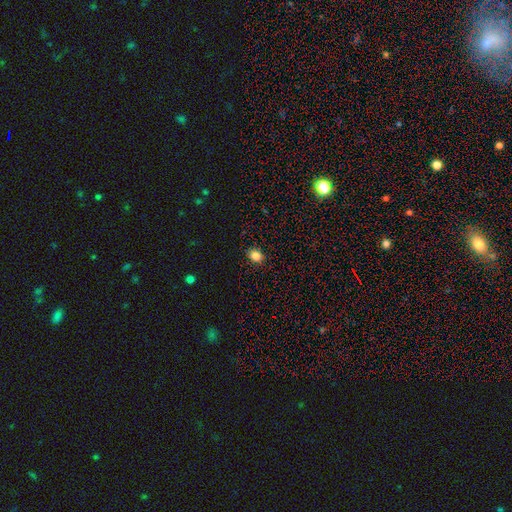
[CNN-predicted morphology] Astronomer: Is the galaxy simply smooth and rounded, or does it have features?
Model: smooth — 84%.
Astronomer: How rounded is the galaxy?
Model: in between — 52% (runner-up: round, 47%).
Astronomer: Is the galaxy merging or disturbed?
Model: none — 89%.